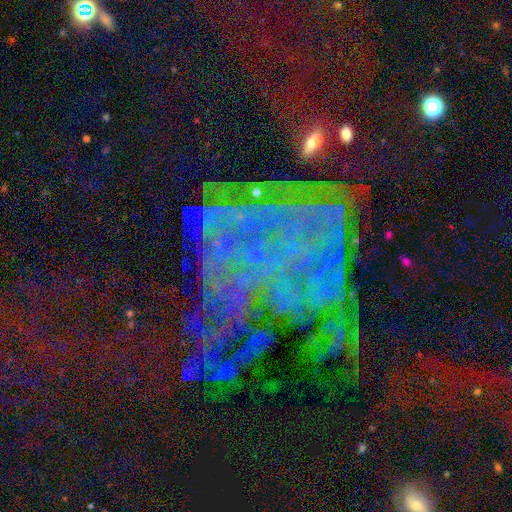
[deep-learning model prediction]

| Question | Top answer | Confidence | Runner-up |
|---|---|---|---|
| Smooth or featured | star or artifact | 50% | featured or disk (35%) |